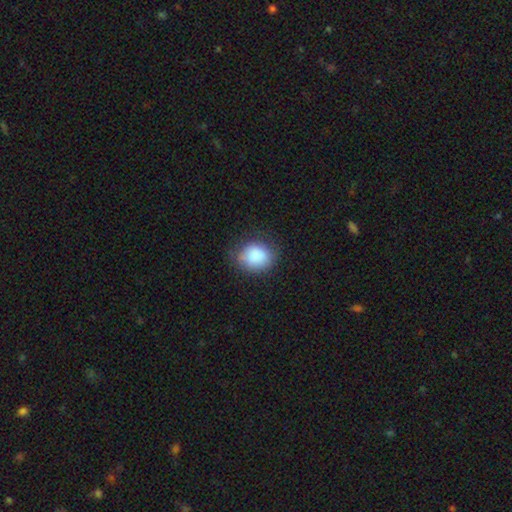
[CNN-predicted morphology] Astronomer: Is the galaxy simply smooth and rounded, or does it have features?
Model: smooth — 86%.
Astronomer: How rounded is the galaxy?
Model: round — 61% (runner-up: in between, 38%).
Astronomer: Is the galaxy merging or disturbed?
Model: none — 73%.